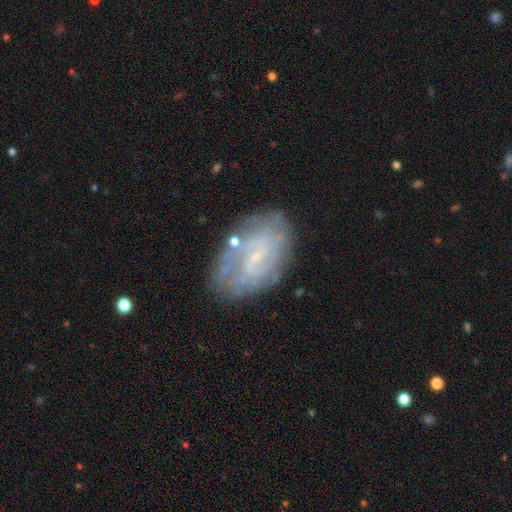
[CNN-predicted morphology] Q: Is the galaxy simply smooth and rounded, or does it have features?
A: featured or disk — 70%.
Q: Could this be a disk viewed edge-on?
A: no — 96%.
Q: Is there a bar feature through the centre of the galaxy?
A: no — 49%.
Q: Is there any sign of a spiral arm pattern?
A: yes — 68%.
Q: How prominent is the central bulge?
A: small — 79%.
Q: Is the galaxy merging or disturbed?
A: none — 68%.